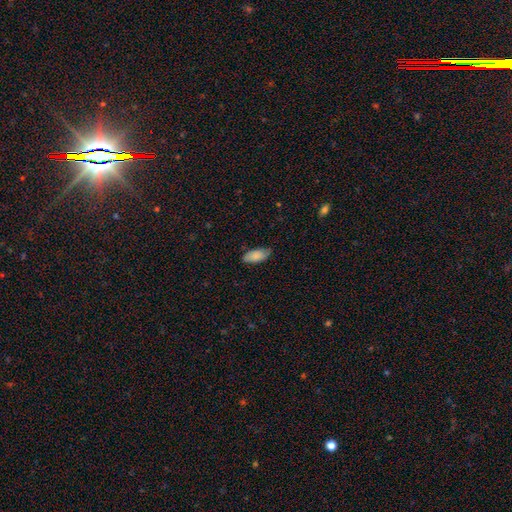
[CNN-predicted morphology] A smooth galaxy with no disk features (85%) that is in between round and cigar-shaped (89%).

Vote fractions:
- Smooth or featured? smooth: 85% / featured or disk: 9% / star or artifact: 6%
- How rounded? in between: 89% / cigar-shaped: 9% / round: 2%
- Merging? none: 75% / minor disturbance: 21% / major disturbance: 3% / merger: 1%